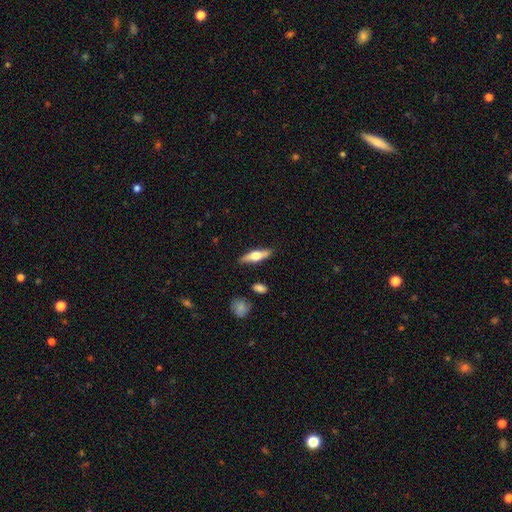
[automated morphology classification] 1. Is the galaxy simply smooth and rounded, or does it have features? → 52% featured or disk, 43% smooth, 6% star or artifact.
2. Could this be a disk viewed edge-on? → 93% yes, 7% no.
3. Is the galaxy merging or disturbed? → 86% none, 10% minor disturbance, 2% major disturbance, 2% merger.